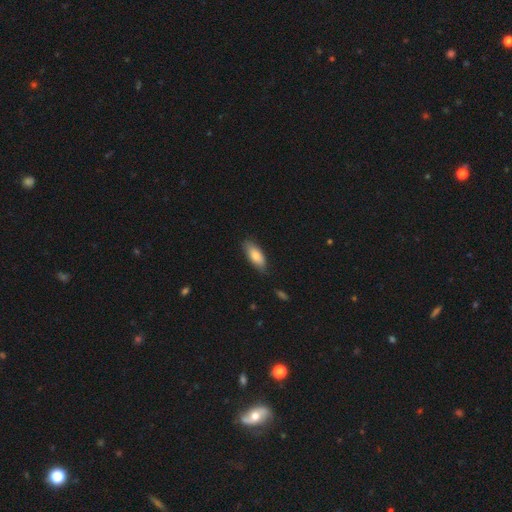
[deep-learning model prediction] smooth_or_featured: smooth (p=0.80) [alt: featured or disk p=0.14]
how_rounded: in between (p=0.79) [alt: cigar-shaped p=0.19]
merging: none (p=0.80) [alt: minor disturbance p=0.16]